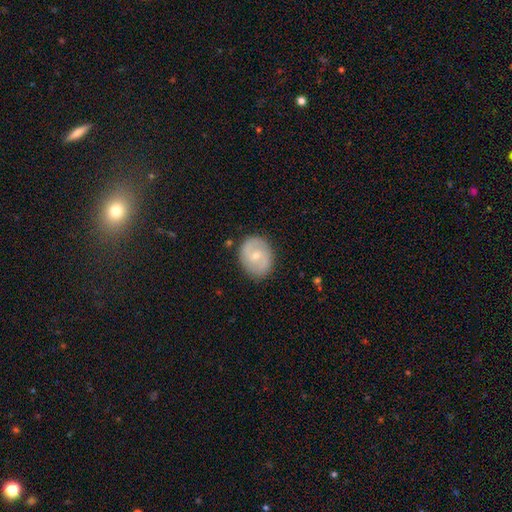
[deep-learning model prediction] Smooth or featured? Predicted: featured or disk (p=0.54). Edge-on disk? Predicted: no (p=0.97). Bar? Predicted: no (p=0.50). Spiral arms? Predicted: yes (p=0.76). Bulge size? Predicted: small (p=0.55). Merging? Predicted: none (p=0.83).